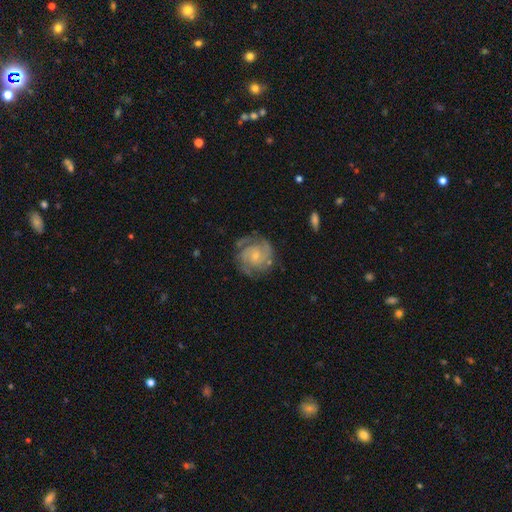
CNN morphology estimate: Q: Smooth or featured?
A: featured or disk (84%); runner-up: smooth (11%)
Q: Edge-on disk?
A: no (98%); runner-up: yes (2%)
Q: Bar?
A: no (67%); runner-up: weak (29%)
Q: Spiral arms?
A: yes (95%); runner-up: no (5%)
Q: Spiral winding?
A: tight (57%); runner-up: medium (35%)
Q: Spiral arm count?
A: 2 (45%); runner-up: 3 (22%)
Q: Bulge size?
A: small (65%); runner-up: moderate (28%)
Q: Merging?
A: none (72%); runner-up: minor disturbance (18%)